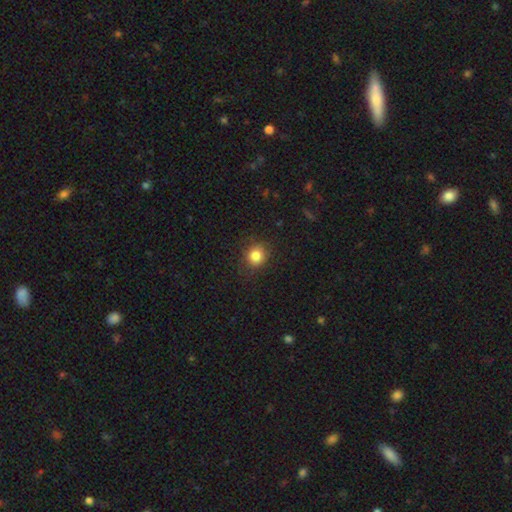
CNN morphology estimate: smooth 83%, star or artifact 12%, featured or disk 5%. Down the decision tree: how rounded — round (83%); merging — none (86%).